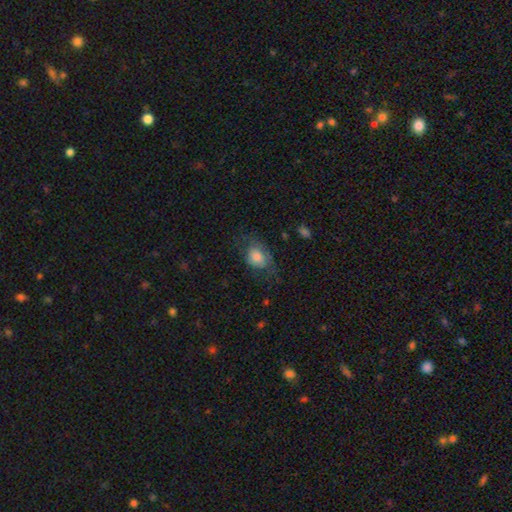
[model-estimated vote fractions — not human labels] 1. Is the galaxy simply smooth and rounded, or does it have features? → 59% smooth, 26% featured or disk, 16% star or artifact.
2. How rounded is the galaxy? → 57% in between, 41% round, 2% cigar-shaped.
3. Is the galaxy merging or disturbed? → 61% none, 22% minor disturbance, 15% major disturbance, 1% merger.